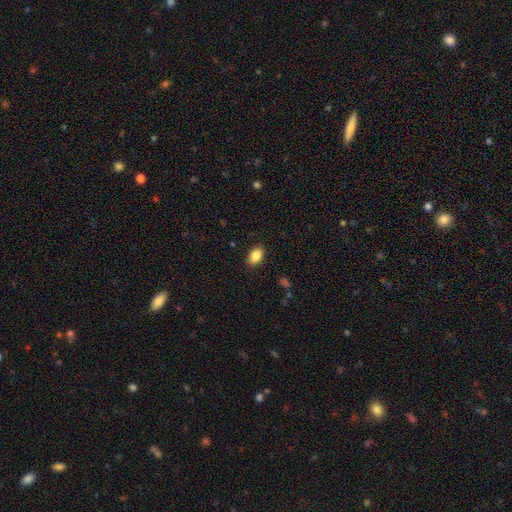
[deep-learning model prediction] Smooth or featured? smooth (86%)
How rounded? in between (86%)
Merging? none (88%)